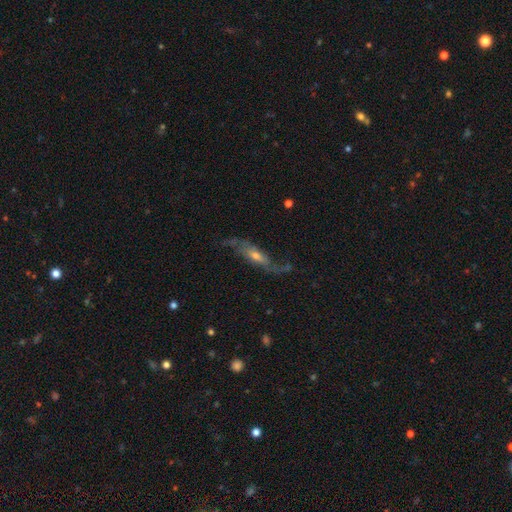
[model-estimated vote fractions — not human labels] smooth_or_featured: featured or disk (p=0.79) [alt: smooth p=0.14]
disk_edge_on: no (p=0.75) [alt: yes p=0.25]
bar: no (p=0.48) [alt: weak p=0.36]
has_spiral_arms: yes (p=0.90) [alt: no p=0.10]
spiral_winding: loose (p=0.73) [alt: medium p=0.20]
spiral_arm_count: 2 (p=0.86) [alt: can't tell p=0.07]
bulge_size: moderate (p=0.50) [alt: small p=0.40]
merging: none (p=0.59) [alt: minor disturbance p=0.20]